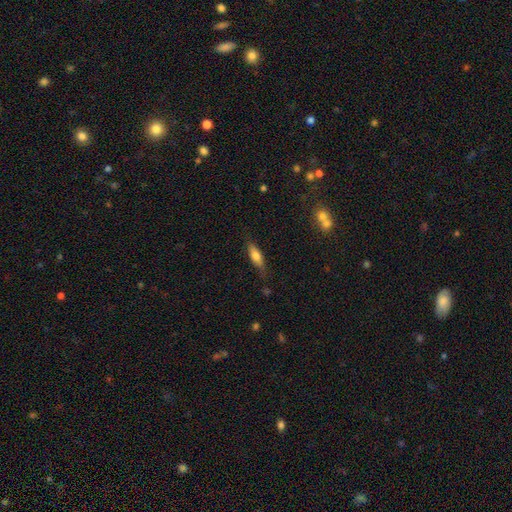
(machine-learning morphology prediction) Smooth or featured? Predicted: smooth (p=0.67). How rounded? Predicted: in between (p=0.50). Merging? Predicted: none (p=0.75).